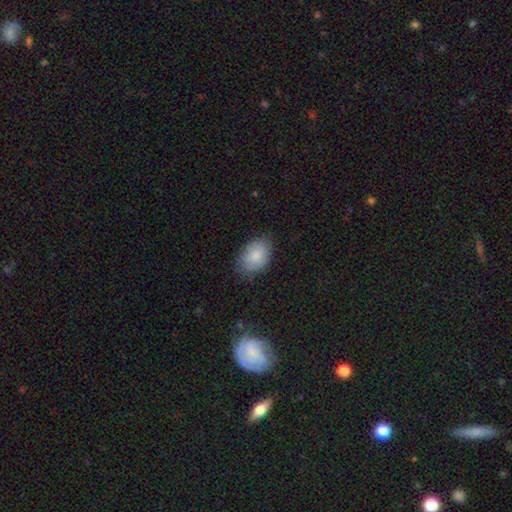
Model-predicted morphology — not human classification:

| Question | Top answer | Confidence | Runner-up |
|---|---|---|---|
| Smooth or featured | smooth | 83% | featured or disk (9%) |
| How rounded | in between | 82% | round (17%) |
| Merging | none | 73% | minor disturbance (21%) |